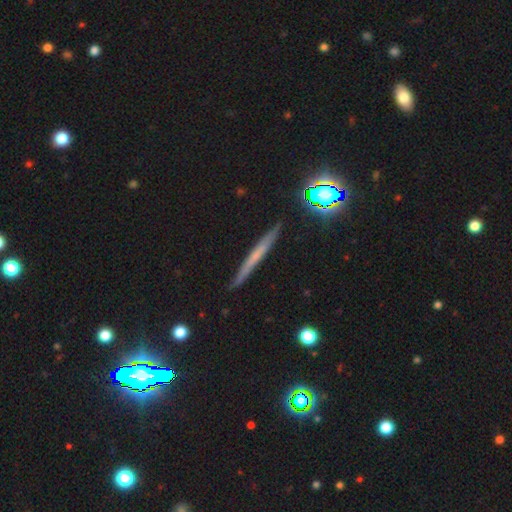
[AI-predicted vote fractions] Smooth or featured? featured or disk (47%)
Merging? none (89%)